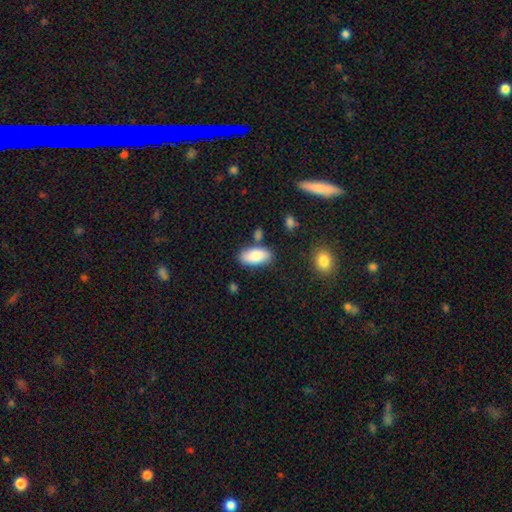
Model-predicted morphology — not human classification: A smooth galaxy with no disk features (85%) that is in between round and cigar-shaped (92%).

Vote fractions:
- Smooth or featured? smooth: 85% / featured or disk: 9% / star or artifact: 6%
- How rounded? in between: 92% / cigar-shaped: 5% / round: 3%
- Merging? none: 76% / minor disturbance: 14% / merger: 7% / major disturbance: 3%